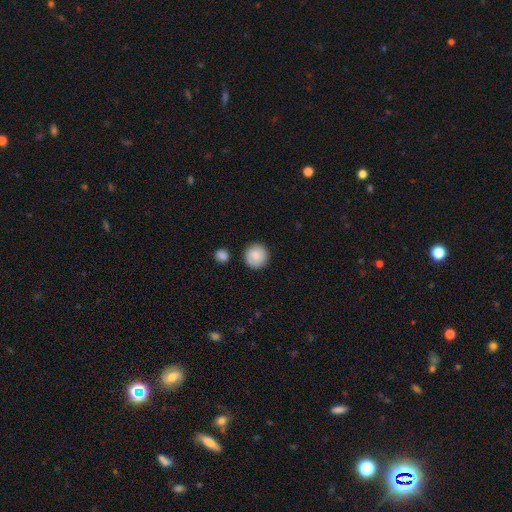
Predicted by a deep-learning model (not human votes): This is clearly a smooth galaxy (85%). How rounded: clearly round (94%). Merging: clearly none (88%).